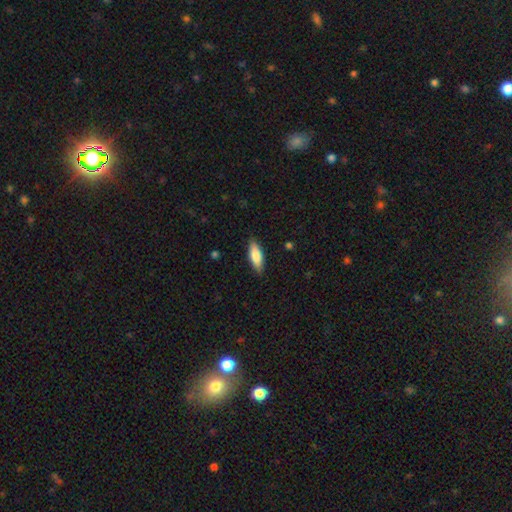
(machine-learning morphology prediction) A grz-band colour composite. It shows a smooth galaxy with no disk features (78%) that is in between round and cigar-shaped (64%). Merging: none (86%).